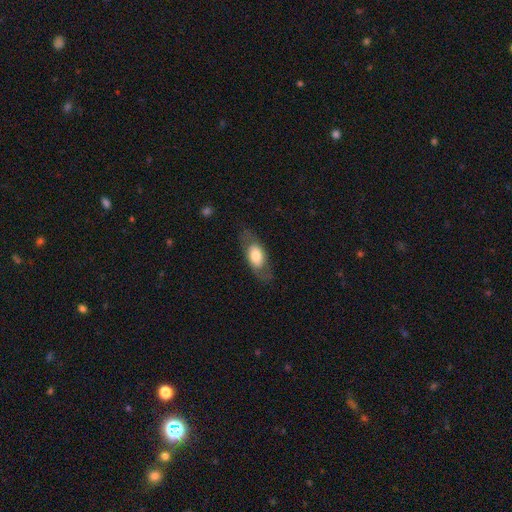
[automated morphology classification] This is likely a smooth galaxy (60%). How rounded: clearly in between (83%). Merging: likely none (73%).